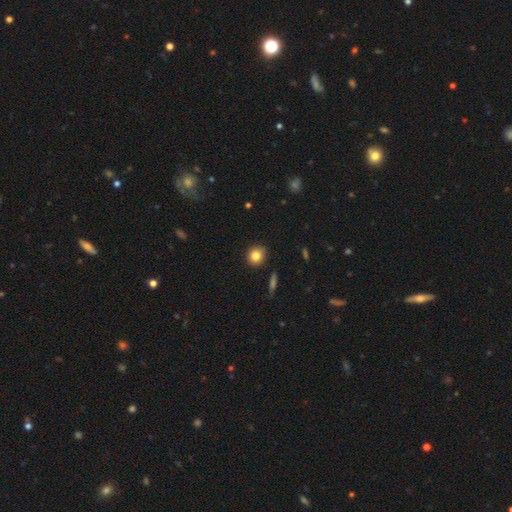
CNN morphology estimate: Smooth or featured? Predicted: smooth (p=0.83). How rounded? Predicted: round (p=0.84). Merging? Predicted: none (p=0.88).